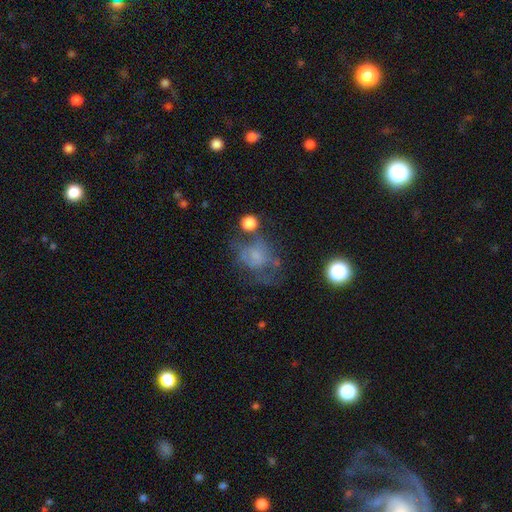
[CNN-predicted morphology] Smooth or featured: smooth — 47% (featured or disk — 38%)
Merging: major disturbance — 34% (none — 33%)